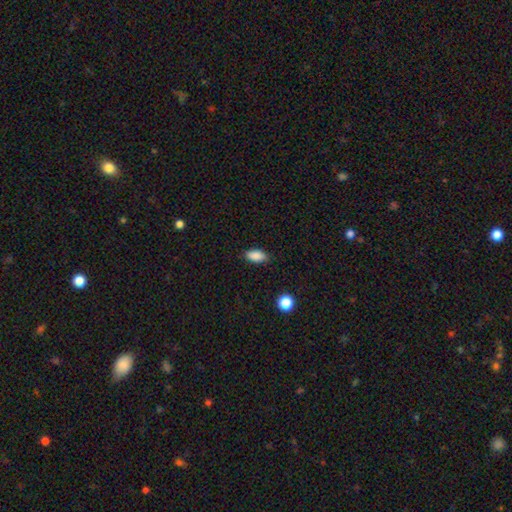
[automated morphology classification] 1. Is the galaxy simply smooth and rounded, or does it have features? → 87% smooth, 8% star or artifact, 4% featured or disk.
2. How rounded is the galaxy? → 89% in between, 6% cigar-shaped, 5% round.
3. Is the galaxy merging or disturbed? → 84% none, 12% minor disturbance, 3% major disturbance, 1% merger.